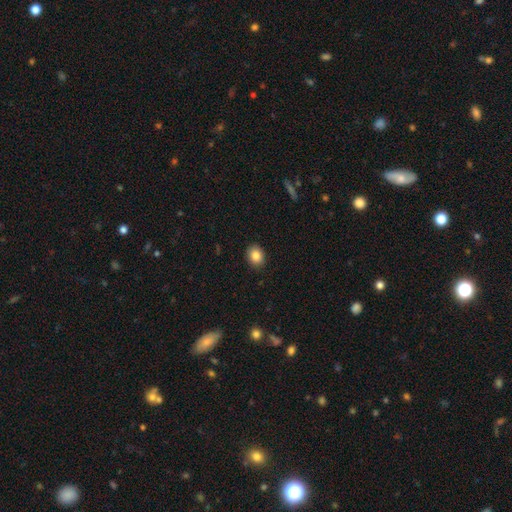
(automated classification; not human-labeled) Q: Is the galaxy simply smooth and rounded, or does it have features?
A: smooth — 85%.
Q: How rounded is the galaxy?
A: in between — 51%.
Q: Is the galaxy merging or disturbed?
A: none — 91%.